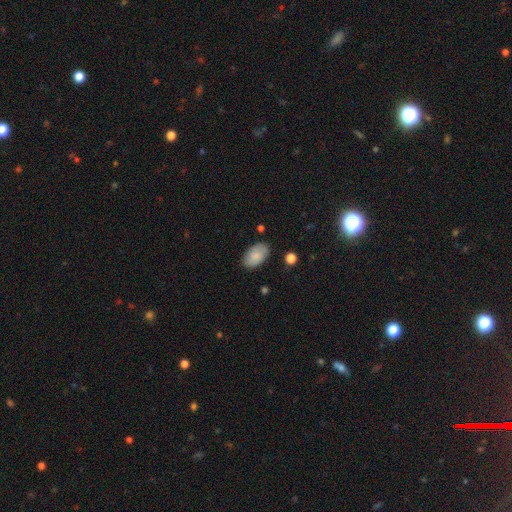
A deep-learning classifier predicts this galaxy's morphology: Smooth or featured: smooth — 82% (featured or disk — 12%)
How rounded: in between — 94% (round — 5%)
Merging: none — 83% (minor disturbance — 13%)